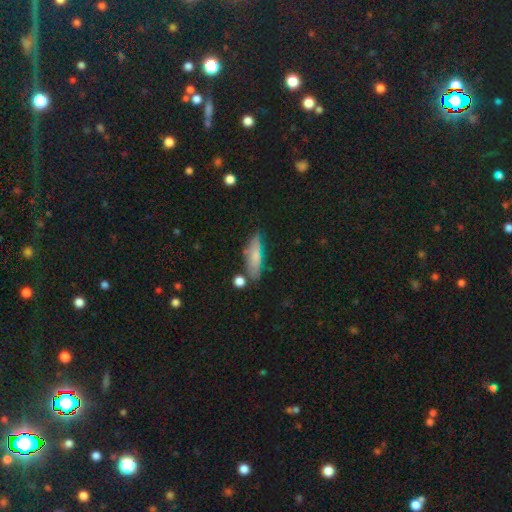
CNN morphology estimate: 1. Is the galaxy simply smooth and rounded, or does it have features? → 69% smooth, 22% featured or disk, 9% star or artifact.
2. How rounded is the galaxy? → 62% cigar-shaped, 35% in between, 3% round.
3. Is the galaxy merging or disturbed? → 73% none, 17% minor disturbance, 5% merger, 4% major disturbance.